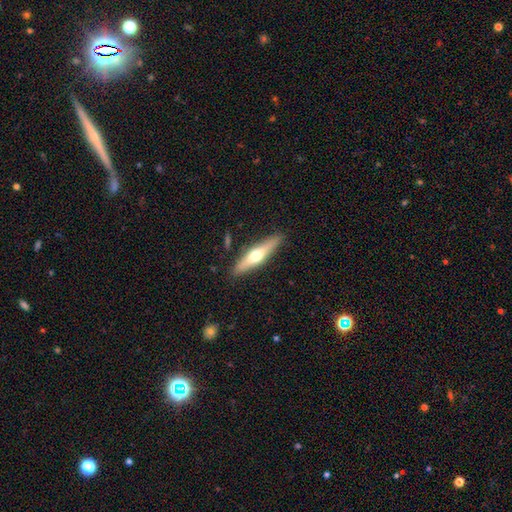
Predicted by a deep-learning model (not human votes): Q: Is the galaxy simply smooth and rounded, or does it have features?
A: featured or disk — 53%.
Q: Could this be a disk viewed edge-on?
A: yes — 92%.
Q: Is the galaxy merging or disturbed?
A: none — 87%.